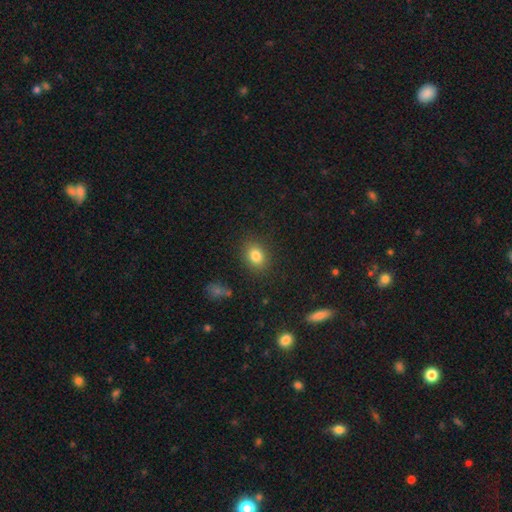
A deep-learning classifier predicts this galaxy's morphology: Smooth or featured?
  - smooth: 82% *
  - star or artifact: 11%
  - featured or disk: 7%
How rounded?
  - in between: 59% *
  - round: 40%
  - cigar-shaped: 1%
Merging?
  - none: 86% *
  - minor disturbance: 9%
  - major disturbance: 3%
  - merger: 2%